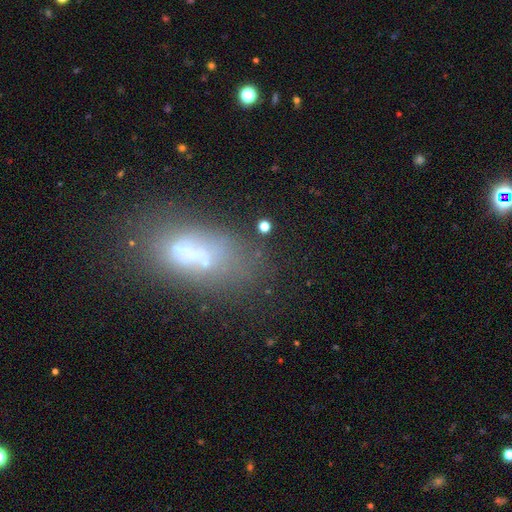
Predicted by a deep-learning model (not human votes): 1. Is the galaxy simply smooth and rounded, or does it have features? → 49% smooth, 34% featured or disk, 17% star or artifact.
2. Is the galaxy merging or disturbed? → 49% none, 21% minor disturbance, 17% major disturbance, 14% merger.